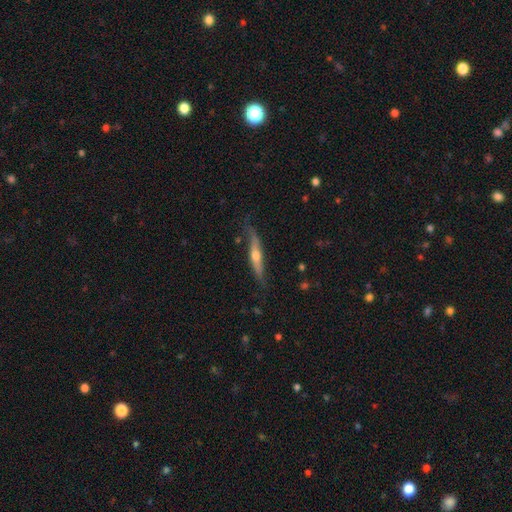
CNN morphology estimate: A featured or disk galaxy (66%) viewed edge-on (91%) with a rounded central bulge (87%).

Vote fractions:
- Smooth or featured? featured or disk: 66% / smooth: 28% / star or artifact: 6%
- Edge-on disk? yes: 91% / no: 9%
- Edge-on bulge? rounded: 87% / none: 9% / boxy: 4%
- Merging? none: 70% / minor disturbance: 22% / major disturbance: 5% / merger: 2%